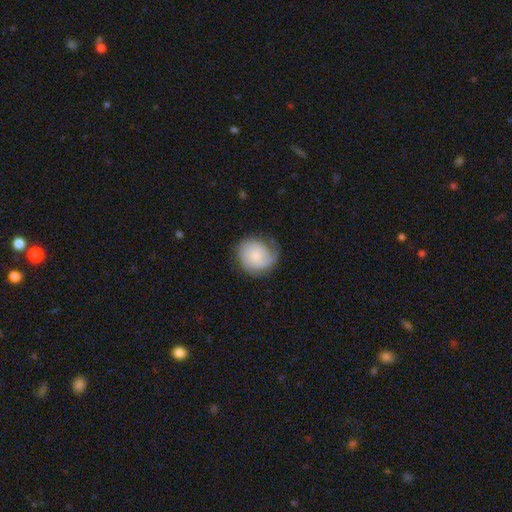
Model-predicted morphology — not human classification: Smooth or featured? featured or disk (49%)
Merging? none (63%)